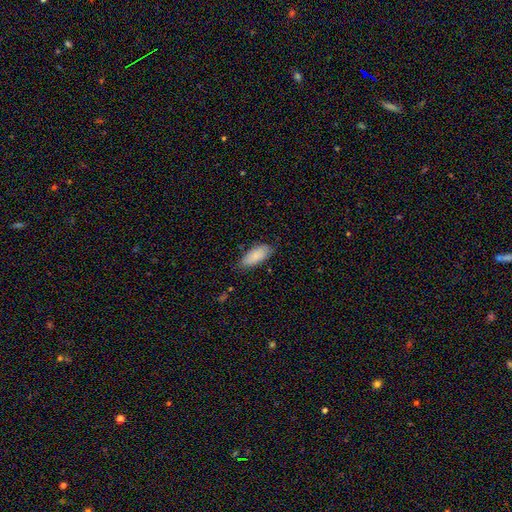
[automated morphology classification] smooth-or-featured: smooth: 86% | featured or disk: 8% | star or artifact: 6%
  how-rounded: in between: 88% | cigar-shaped: 10% | round: 2%
  merging: none: 75% | minor disturbance: 20% | major disturbance: 3% | merger: 1%